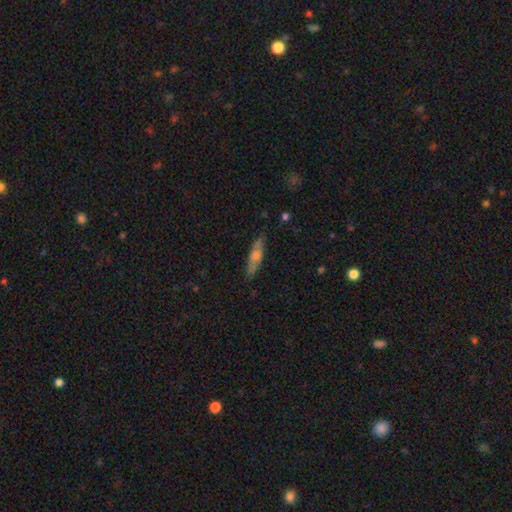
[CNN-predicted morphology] This appears to be a smooth galaxy with no disk features (47%). Merging: none (84%).